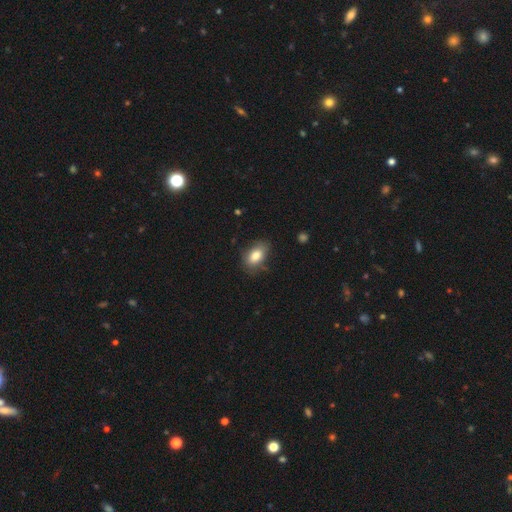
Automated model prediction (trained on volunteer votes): Smooth or featured: smooth — 82% (featured or disk — 11%)
How rounded: in between — 88% (round — 10%)
Merging: none — 70% (minor disturbance — 22%)